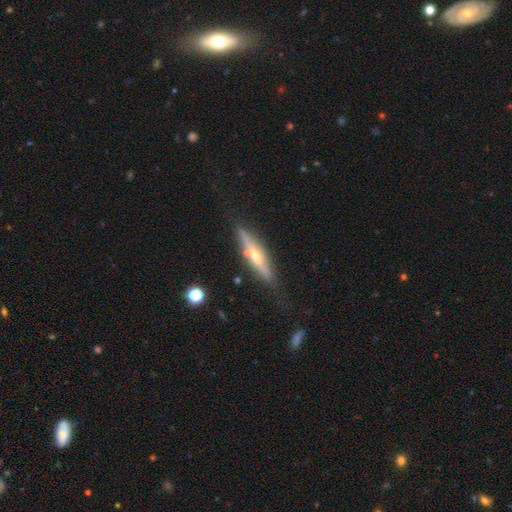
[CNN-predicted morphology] Q: Smooth or featured?
A: featured or disk (70%); runner-up: smooth (24%)
Q: Edge-on disk?
A: yes (92%); runner-up: no (8%)
Q: Edge-on bulge?
A: rounded (86%); runner-up: none (9%)
Q: Merging?
A: none (74%); runner-up: minor disturbance (16%)